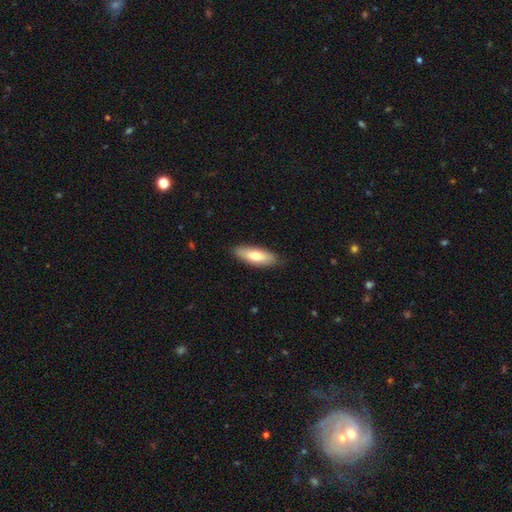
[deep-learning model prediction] The model was most divided on "how rounded": in between: 62%, cigar-shaped: 36%, round: 2%. More confident: merging — none (87%); smooth or featured — smooth (70%).